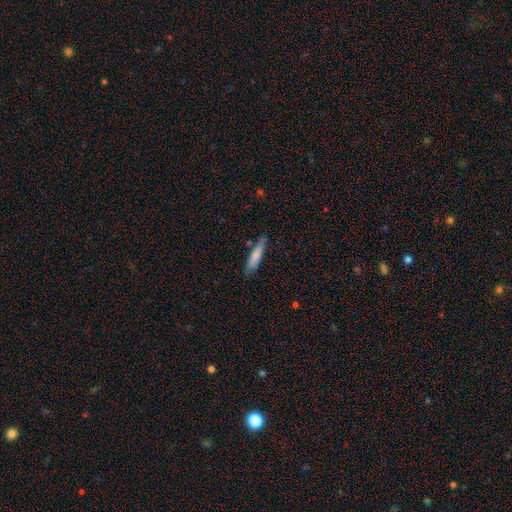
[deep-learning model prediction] smooth-or-featured: smooth: 77% | featured or disk: 17% | star or artifact: 6%
  how-rounded: cigar-shaped: 83% | in between: 16% | round: 1%
  merging: none: 80% | minor disturbance: 15% | merger: 3% | major disturbance: 2%